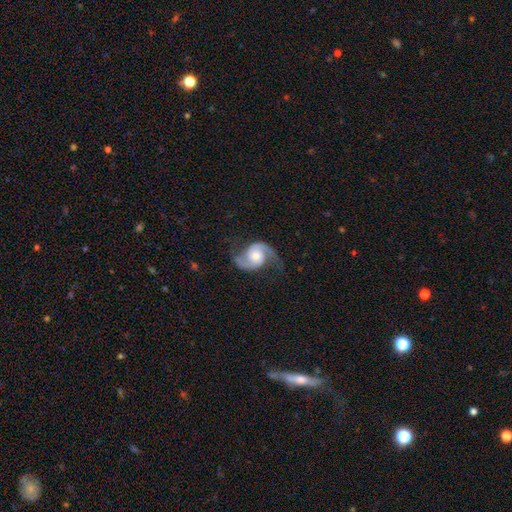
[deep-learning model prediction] A featured or disk galaxy (90%) with no bar (68%), 2 (94%) medium (48%) spiral arms (98%) and a moderate central bulge (57%).

Vote fractions:
- Smooth or featured? featured or disk: 90% / smooth: 5% / star or artifact: 4%
- Edge-on disk? no: 98% / yes: 2%
- Bar? no: 68% / weak: 26% / strong: 6%
- Spiral arms? yes: 98% / no: 2%
- Spiral winding? medium: 48% / loose: 39% / tight: 13%
- Spiral arm count? 2: 94% / can't tell: 2% / 1: 2% / 3: 1% / 4: 1% / more than 4: 1%
- Bulge size? moderate: 57% / small: 24% / large: 13% / none: 4% / dominant: 2%
- Merging? none: 73% / minor disturbance: 17% / major disturbance: 9% / merger: 1%